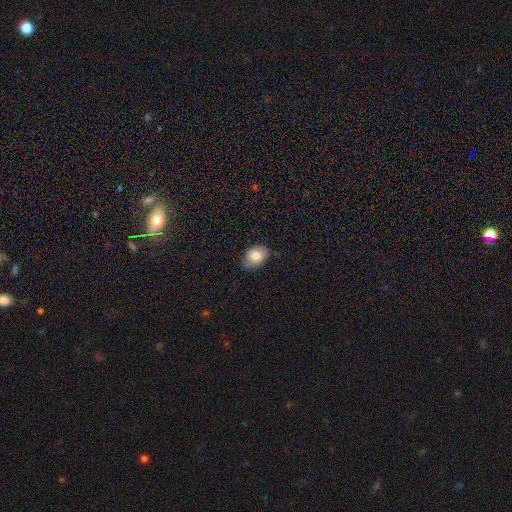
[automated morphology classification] Q: Smooth or featured?
A: smooth (78%); runner-up: featured or disk (14%)
Q: How rounded?
A: in between (83%); runner-up: round (16%)
Q: Merging?
A: none (73%); runner-up: minor disturbance (22%)